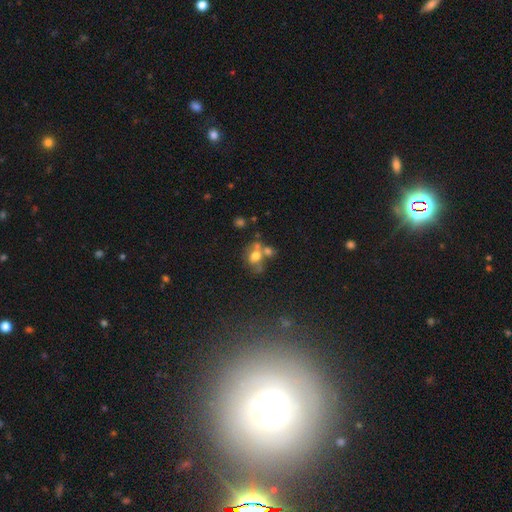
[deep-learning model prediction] Morphology: type=smooth (60%); roundness=round (53%); merging=merger (46%).